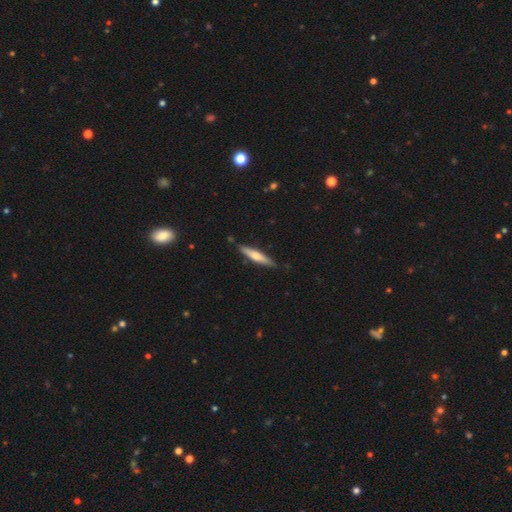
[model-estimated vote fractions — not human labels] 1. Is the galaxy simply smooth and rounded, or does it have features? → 48% featured or disk, 47% smooth, 5% star or artifact.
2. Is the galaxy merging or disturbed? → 85% none, 11% minor disturbance, 2% merger, 2% major disturbance.